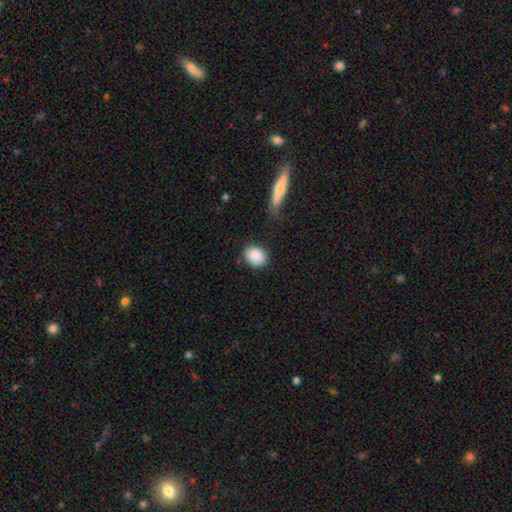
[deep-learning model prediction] Q: Smooth or featured?
A: smooth (89%); runner-up: star or artifact (7%)
Q: How rounded?
A: round (50%); runner-up: in between (48%)
Q: Merging?
A: none (80%); runner-up: minor disturbance (14%)